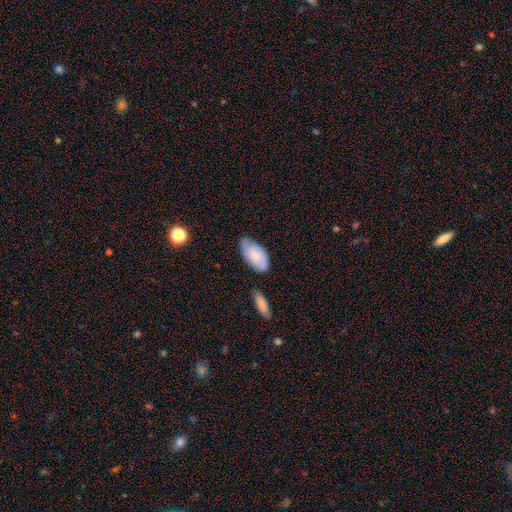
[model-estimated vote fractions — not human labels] A smooth galaxy with no disk features (74%) that is in between round and cigar-shaped (94%).

Vote fractions:
- Smooth or featured? smooth: 74% / featured or disk: 20% / star or artifact: 6%
- How rounded? in between: 94% / cigar-shaped: 3% / round: 3%
- Merging? none: 65% / minor disturbance: 25% / merger: 6% / major disturbance: 4%